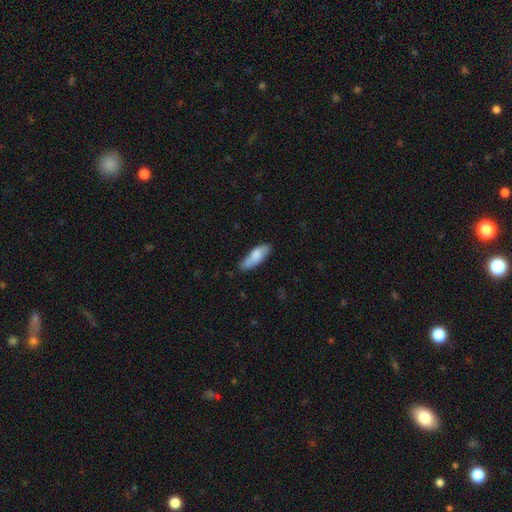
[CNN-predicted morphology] Smooth or featured?
  - smooth: 76% *
  - featured or disk: 19%
  - star or artifact: 6%
How rounded?
  - in between: 59% *
  - cigar-shaped: 39%
  - round: 2%
Merging?
  - none: 72% *
  - minor disturbance: 21%
  - major disturbance: 4%
  - merger: 3%